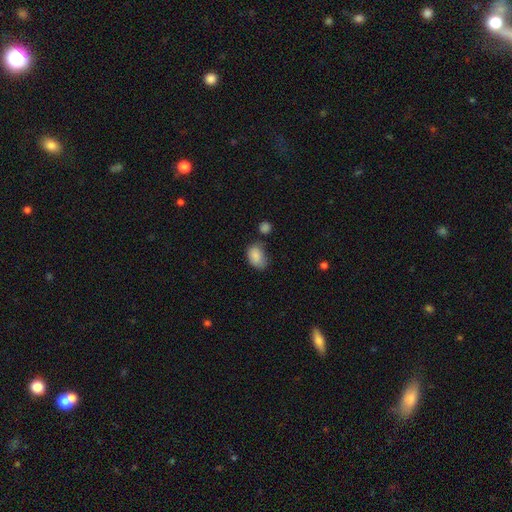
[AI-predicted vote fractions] This appears to be a smooth galaxy with no disk features (85%) that is in between round and cigar-shaped (85%). Merging: none (49%).